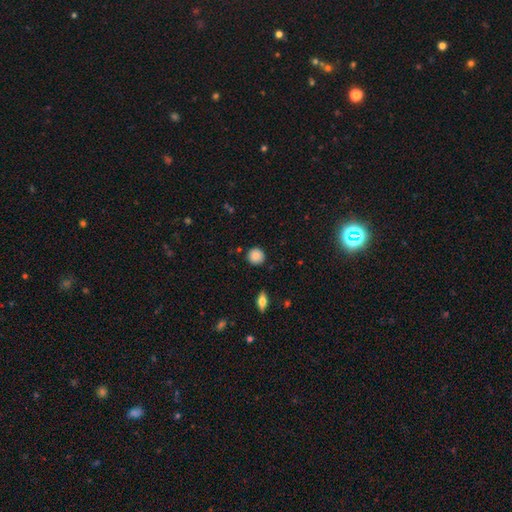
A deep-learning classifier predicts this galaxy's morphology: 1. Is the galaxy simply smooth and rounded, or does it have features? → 85% smooth, 9% star or artifact, 7% featured or disk.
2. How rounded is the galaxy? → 93% round, 6% in between, 1% cigar-shaped.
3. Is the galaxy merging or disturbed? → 87% none, 9% minor disturbance, 2% major disturbance, 2% merger.